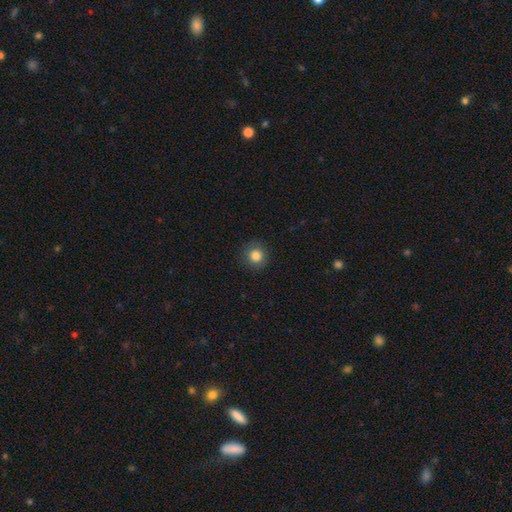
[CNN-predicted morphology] This appears to be a smooth galaxy with no disk features (84%) that is round (91%). Merging: none (90%).